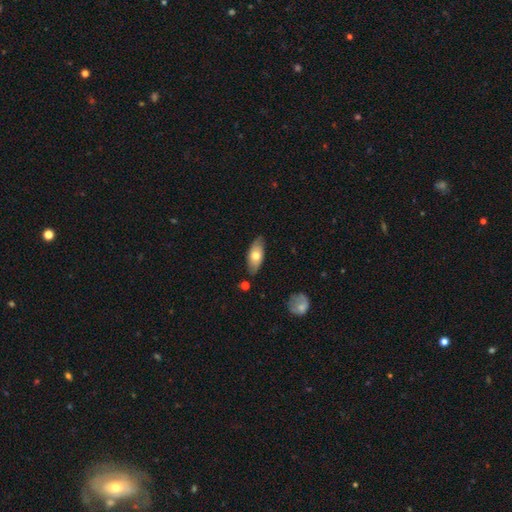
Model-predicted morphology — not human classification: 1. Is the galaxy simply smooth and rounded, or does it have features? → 63% smooth, 31% featured or disk, 6% star or artifact.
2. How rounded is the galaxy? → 84% in between, 13% cigar-shaped, 3% round.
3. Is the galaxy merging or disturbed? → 79% none, 16% minor disturbance, 3% major disturbance, 2% merger.